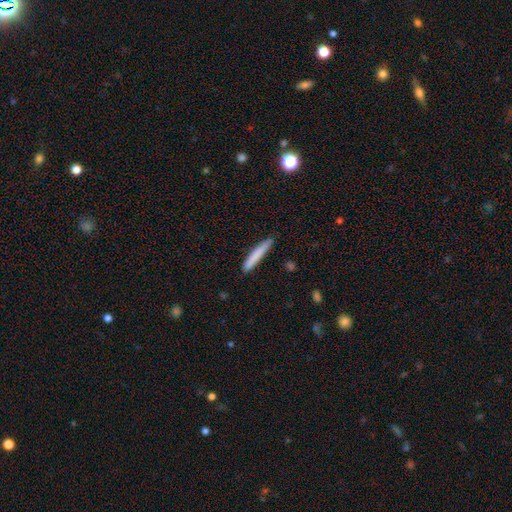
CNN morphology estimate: Overall: smooth (79%). How rounded: cigar-shaped (95%). Merging: none (87%).